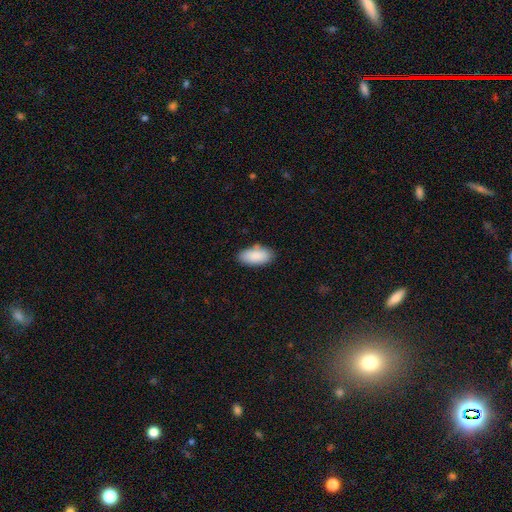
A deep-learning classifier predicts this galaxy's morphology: This is clearly a smooth galaxy (89%). How rounded: clearly in between (94%). Merging: clearly none (83%).